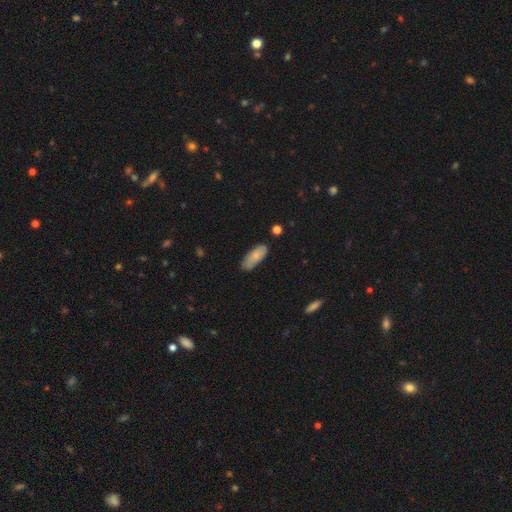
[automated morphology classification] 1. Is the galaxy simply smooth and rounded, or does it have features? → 77% smooth, 16% featured or disk, 6% star or artifact.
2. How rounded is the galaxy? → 79% in between, 19% cigar-shaped, 2% round.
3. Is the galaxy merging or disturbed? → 69% none, 24% minor disturbance, 4% major disturbance, 3% merger.